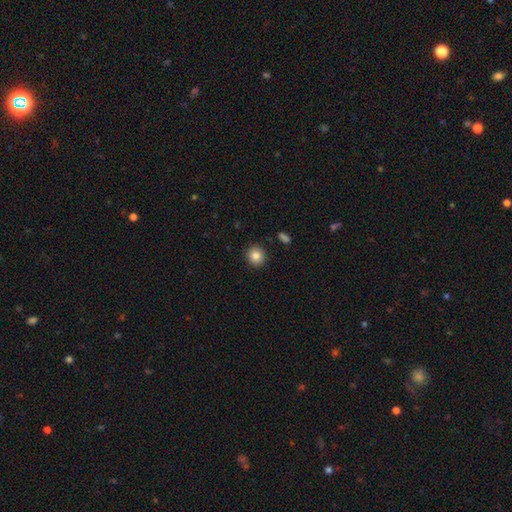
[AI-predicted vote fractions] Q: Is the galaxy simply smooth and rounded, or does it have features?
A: smooth — 84%.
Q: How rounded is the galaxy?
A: round — 89%.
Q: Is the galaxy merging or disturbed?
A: none — 91%.